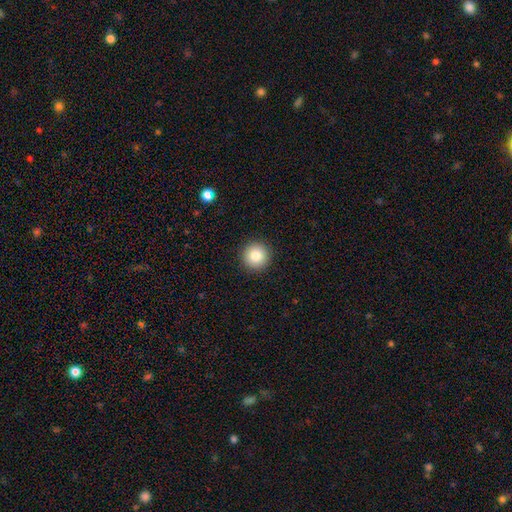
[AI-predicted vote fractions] Smooth or featured?
  - smooth: 84% *
  - star or artifact: 9%
  - featured or disk: 6%
How rounded?
  - round: 96% *
  - in between: 3%
  - cigar-shaped: 1%
Merging?
  - none: 93% *
  - minor disturbance: 4%
  - major disturbance: 2%
  - merger: 1%